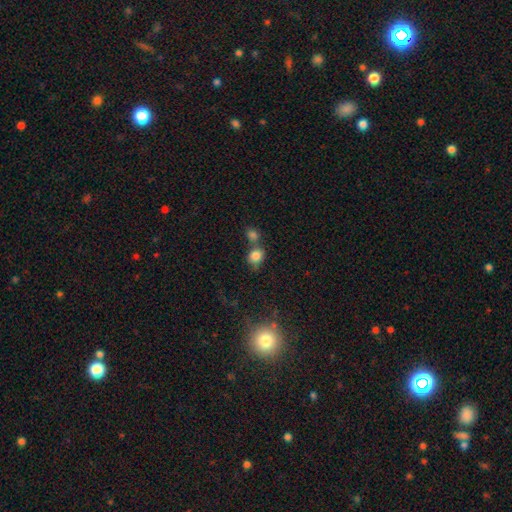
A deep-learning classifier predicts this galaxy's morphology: The model was most divided on "merging": none: 45%, merger: 37%, minor disturbance: 13%, major disturbance: 6%. More confident: smooth or featured — smooth (81%); how rounded — round (65%).